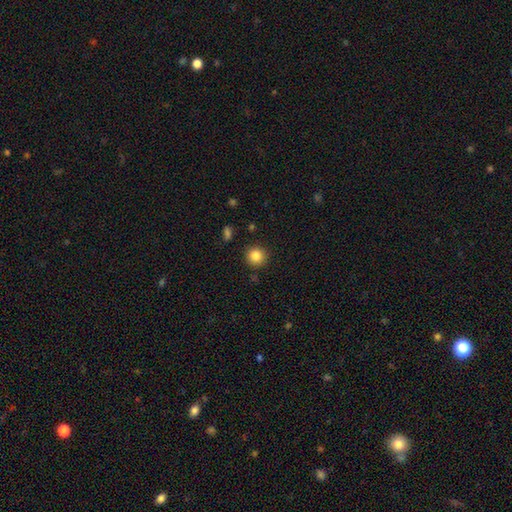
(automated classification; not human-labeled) A smooth galaxy with no disk features (84%) that is round (93%).

Vote fractions:
- Smooth or featured? smooth: 84% / star or artifact: 10% / featured or disk: 5%
- How rounded? round: 93% / in between: 6% / cigar-shaped: 1%
- Merging? none: 90% / minor disturbance: 6% / major disturbance: 2% / merger: 2%